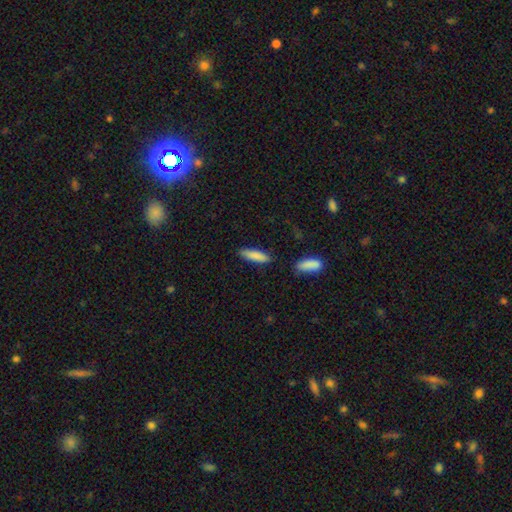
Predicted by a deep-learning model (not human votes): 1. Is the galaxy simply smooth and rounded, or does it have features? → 85% smooth, 9% featured or disk, 6% star or artifact.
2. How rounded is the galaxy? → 63% cigar-shaped, 35% in between, 2% round.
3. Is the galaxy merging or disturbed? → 84% none, 10% minor disturbance, 4% merger, 2% major disturbance.